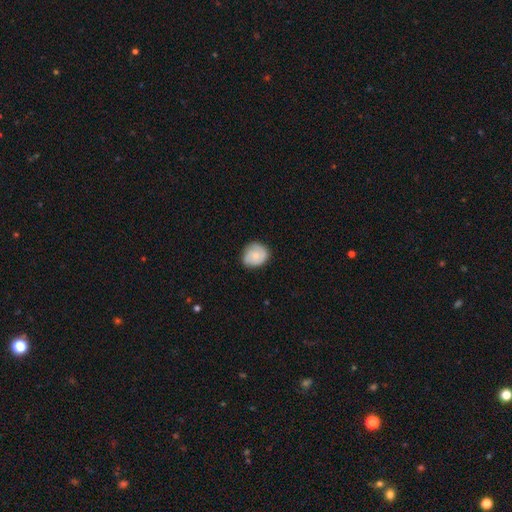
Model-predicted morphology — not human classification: A smooth galaxy with no disk features (62%) that is round (70%). Merging: none (73%).